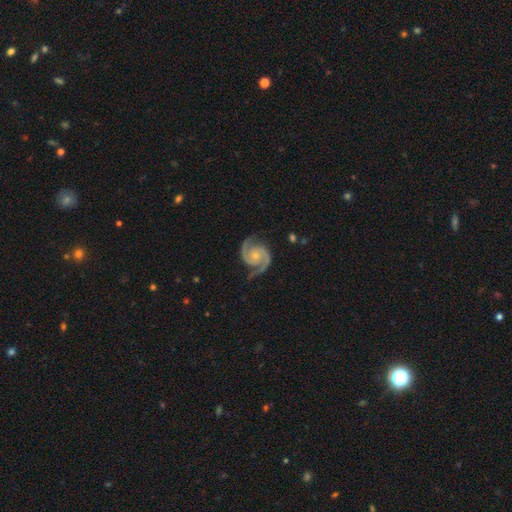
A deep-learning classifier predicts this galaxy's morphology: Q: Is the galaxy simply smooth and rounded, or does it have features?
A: featured or disk — 94%.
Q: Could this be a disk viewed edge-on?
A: no — 98%.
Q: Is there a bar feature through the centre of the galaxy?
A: no — 71%.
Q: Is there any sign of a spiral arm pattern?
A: yes — 99%.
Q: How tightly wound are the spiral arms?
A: medium — 51%.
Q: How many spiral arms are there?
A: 2 — 94%.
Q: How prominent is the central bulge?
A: small — 51%.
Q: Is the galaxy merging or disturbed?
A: none — 80%.